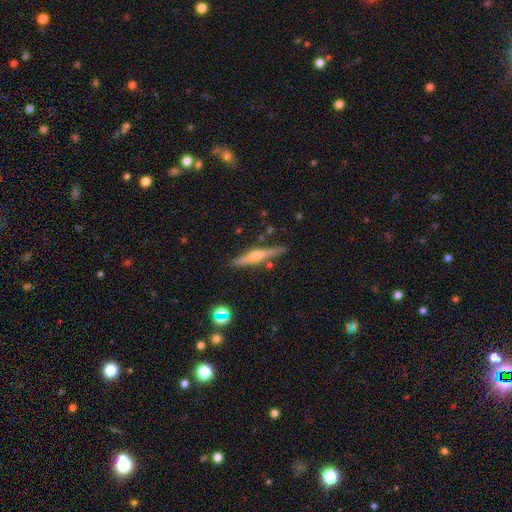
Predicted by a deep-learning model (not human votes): Smooth or featured? Predicted: featured or disk (p=0.66). Edge-on disk? Predicted: yes (p=0.97). Edge-on bulge? Predicted: rounded (p=0.74). Merging? Predicted: none (p=0.86).